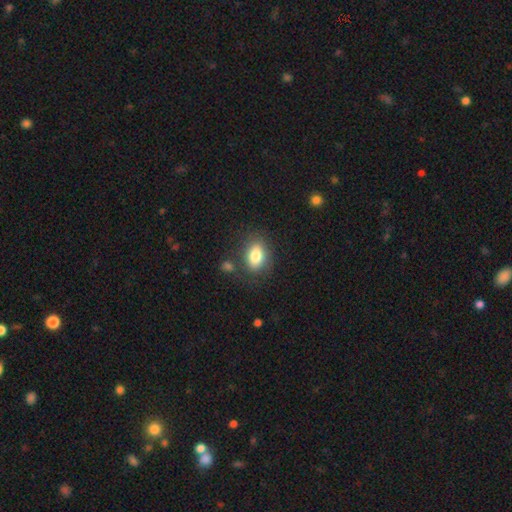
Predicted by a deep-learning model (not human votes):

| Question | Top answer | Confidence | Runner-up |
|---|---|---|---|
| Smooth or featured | smooth | 81% | featured or disk (10%) |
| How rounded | in between | 79% | round (19%) |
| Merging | none | 78% | minor disturbance (13%) |